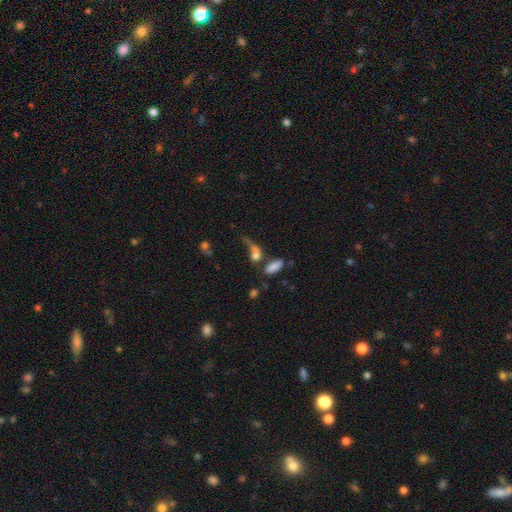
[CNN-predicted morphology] smooth-or-featured: smooth: 66% | featured or disk: 21% | star or artifact: 13%
  how-rounded: in between: 65% | round: 22% | cigar-shaped: 13%
  merging: merger: 32% | major disturbance: 29% | none: 25% | minor disturbance: 13%